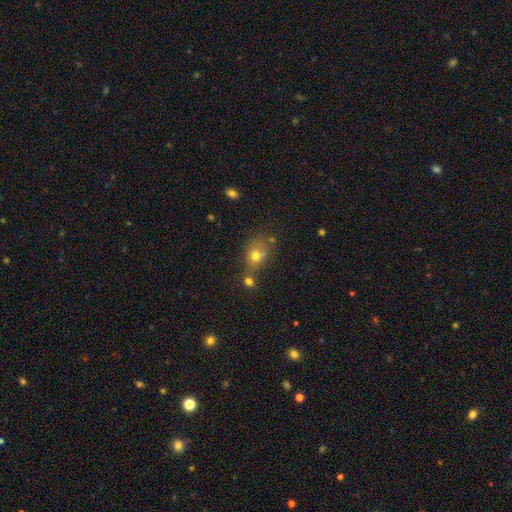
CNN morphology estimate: This appears to be a smooth galaxy with no disk features (71%) that is in between round and cigar-shaped (53%). Merging: none (45%).